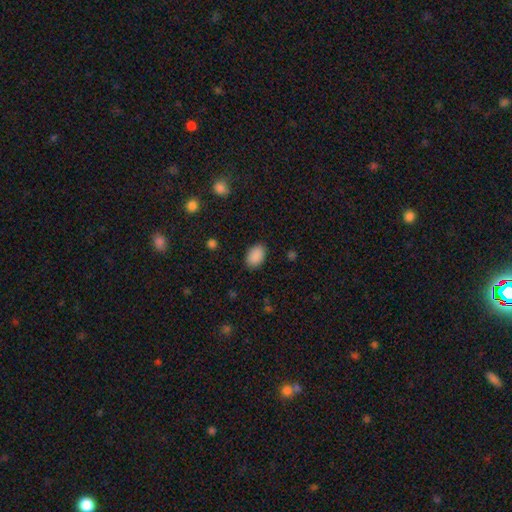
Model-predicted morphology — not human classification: Overall: smooth (90%). How rounded: in between (85%). Merging: none (86%).